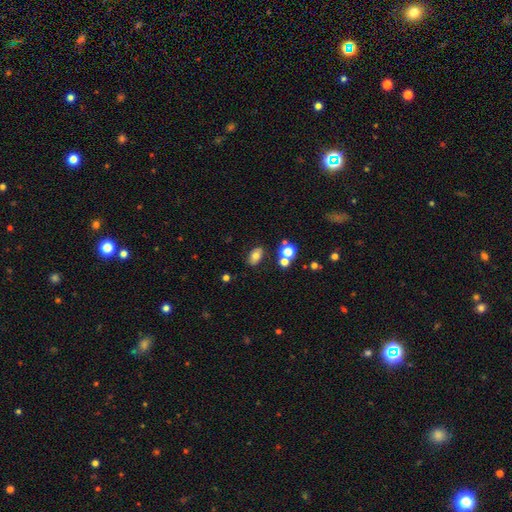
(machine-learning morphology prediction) smooth 70%, featured or disk 16%, star or artifact 13%. Down the decision tree: how rounded — in between (85%); merging — none (79%).